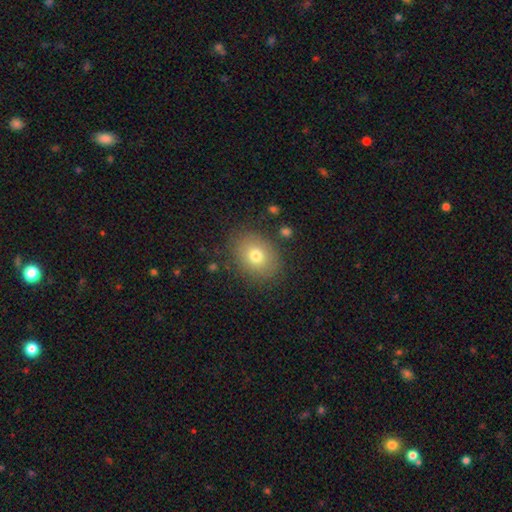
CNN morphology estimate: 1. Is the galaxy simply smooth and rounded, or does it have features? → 75% smooth, 14% featured or disk, 11% star or artifact.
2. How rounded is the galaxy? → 51% in between, 48% round, 1% cigar-shaped.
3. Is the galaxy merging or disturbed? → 84% none, 11% minor disturbance, 4% major disturbance, 2% merger.